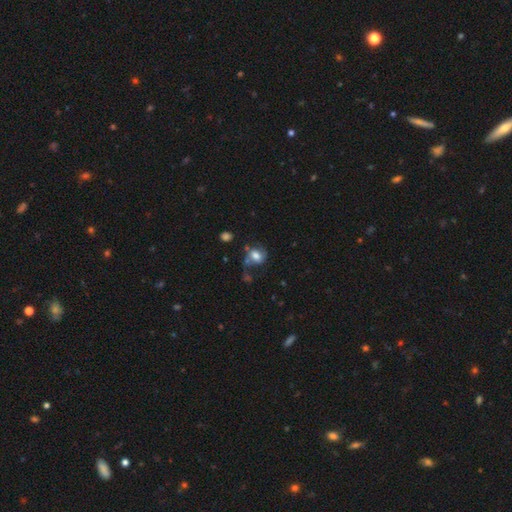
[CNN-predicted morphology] smooth_or_featured: smooth (p=0.56) [alt: featured or disk p=0.34]
how_rounded: in between (p=0.52) [alt: round p=0.47]
merging: none (p=0.45) [alt: minor disturbance p=0.23]